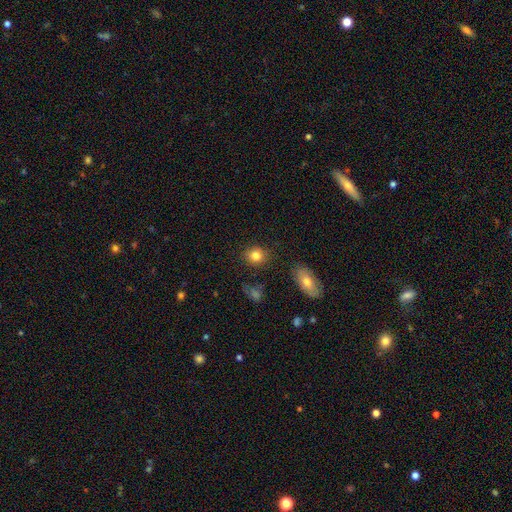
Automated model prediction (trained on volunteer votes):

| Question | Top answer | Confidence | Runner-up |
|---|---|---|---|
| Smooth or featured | smooth | 83% | star or artifact (10%) |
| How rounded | round | 70% | in between (29%) |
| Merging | none | 85% | minor disturbance (10%) |